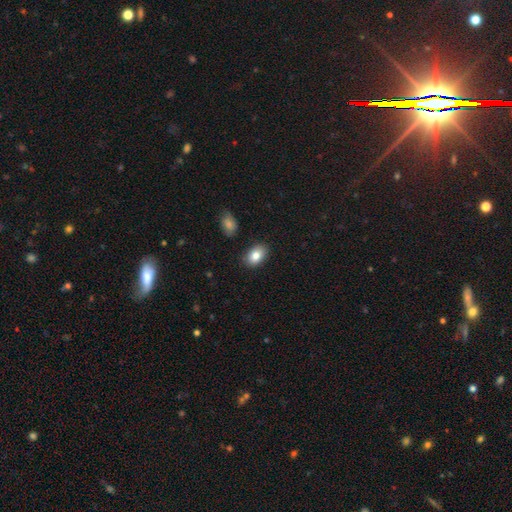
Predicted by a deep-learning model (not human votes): Q: Smooth or featured?
A: smooth (84%); runner-up: featured or disk (9%)
Q: How rounded?
A: in between (86%); runner-up: round (13%)
Q: Merging?
A: none (87%); runner-up: minor disturbance (9%)